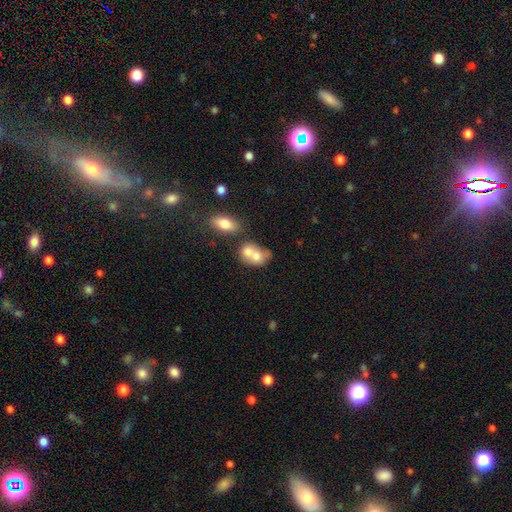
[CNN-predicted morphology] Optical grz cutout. It shows a smooth galaxy with no disk features (69%) that is in between round and cigar-shaped (61%). Merging: merger (68%).